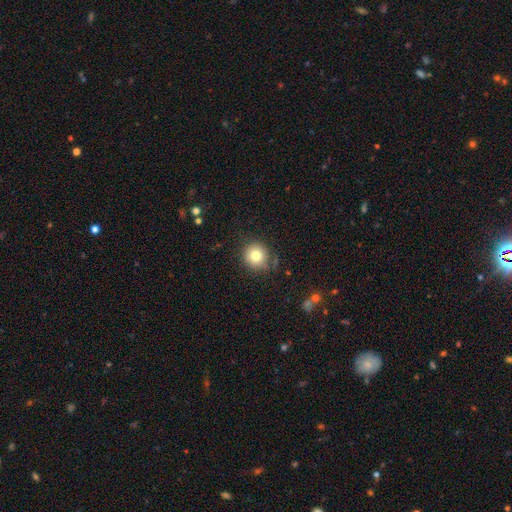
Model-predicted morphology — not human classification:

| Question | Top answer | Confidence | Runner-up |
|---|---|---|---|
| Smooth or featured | smooth | 78% | star or artifact (12%) |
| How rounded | round | 92% | in between (7%) |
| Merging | none | 82% | minor disturbance (12%) |